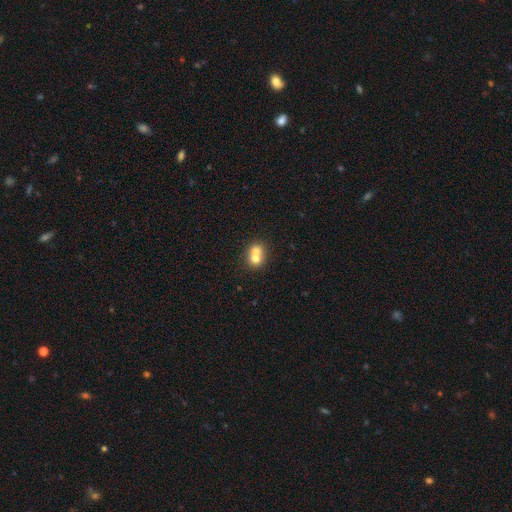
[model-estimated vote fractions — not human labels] Morphology: type=smooth (67%); roundness=round (70%); merging=merger (68%).